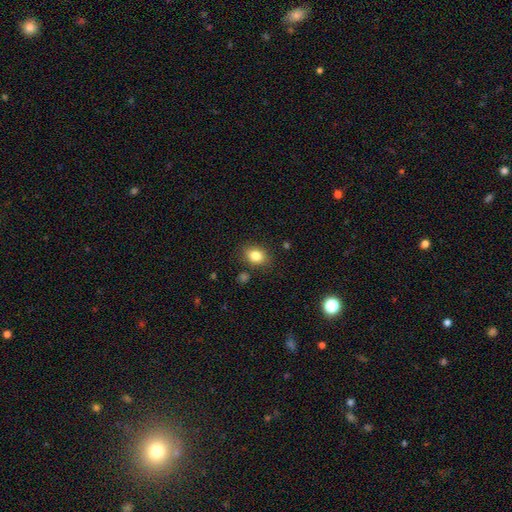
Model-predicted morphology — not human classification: A smooth galaxy with no disk features (83%) that is in between round and cigar-shaped (63%). Merging: none (82%).